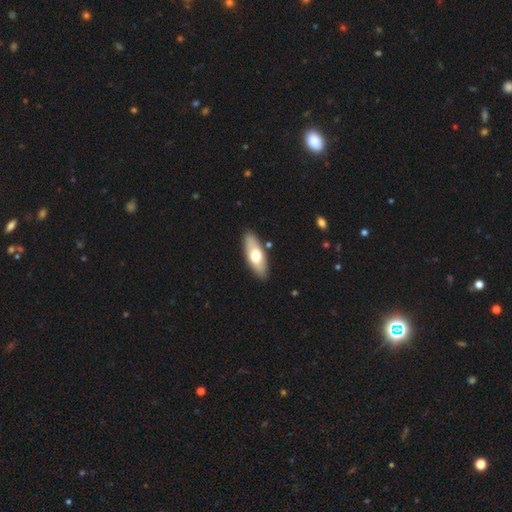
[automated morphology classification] Smooth or featured: smooth — 60% (featured or disk — 34%)
How rounded: in between — 69% (cigar-shaped — 28%)
Merging: none — 87% (minor disturbance — 9%)